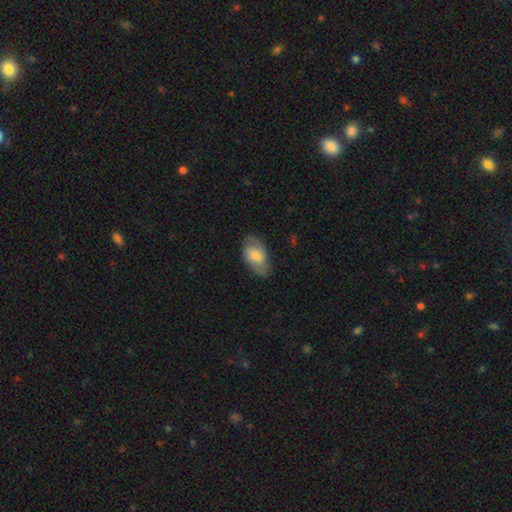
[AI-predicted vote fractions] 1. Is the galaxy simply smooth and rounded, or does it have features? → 65% smooth, 29% featured or disk, 6% star or artifact.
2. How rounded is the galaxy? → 92% in between, 6% round, 2% cigar-shaped.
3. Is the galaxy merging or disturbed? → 71% none, 22% minor disturbance, 6% major disturbance, 1% merger.